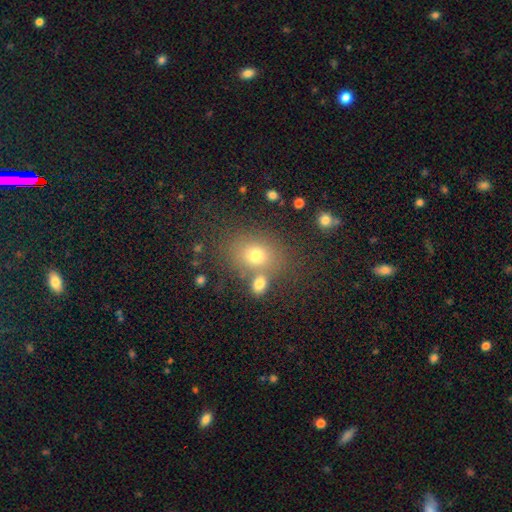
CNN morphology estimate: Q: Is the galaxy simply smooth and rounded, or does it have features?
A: smooth — 70%.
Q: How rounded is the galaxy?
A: in between — 52%.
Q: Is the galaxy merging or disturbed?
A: none — 65%.